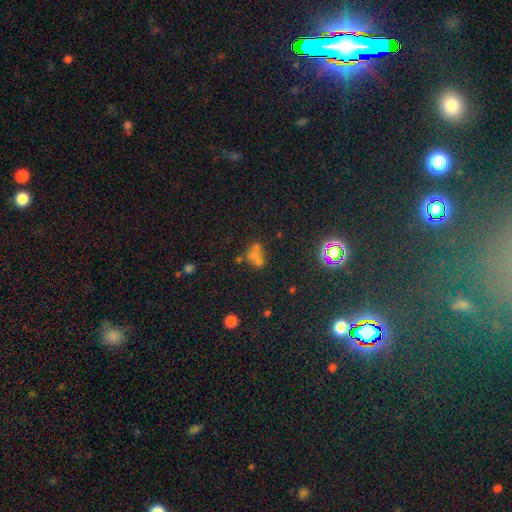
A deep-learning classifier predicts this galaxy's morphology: This is possibly a smooth galaxy (49%). Merging: marginally merger (40%).